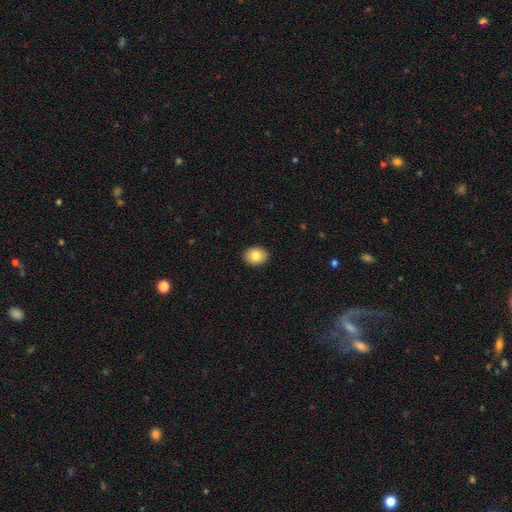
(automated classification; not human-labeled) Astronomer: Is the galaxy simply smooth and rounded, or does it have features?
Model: smooth — 83%.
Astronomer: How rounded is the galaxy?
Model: in between — 57% (runner-up: round, 42%).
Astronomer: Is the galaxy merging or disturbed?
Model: none — 91%.